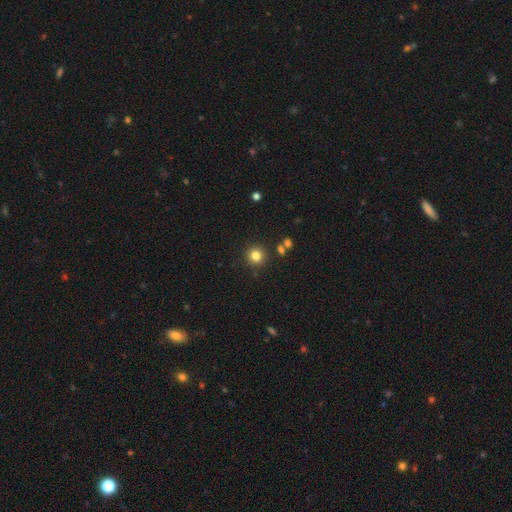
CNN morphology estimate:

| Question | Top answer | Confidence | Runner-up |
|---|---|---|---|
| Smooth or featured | smooth | 81% | star or artifact (13%) |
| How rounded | round | 93% | in between (6%) |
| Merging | none | 87% | minor disturbance (7%) |